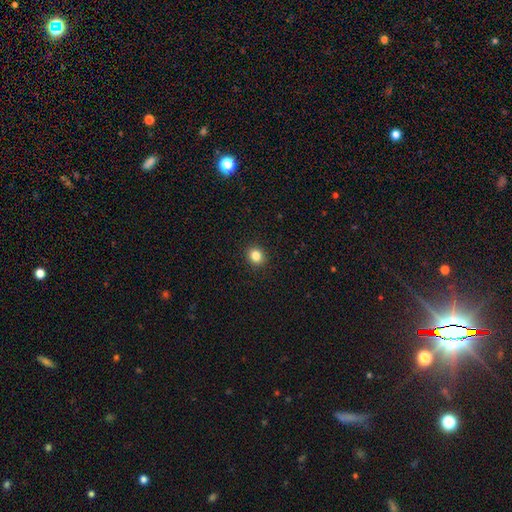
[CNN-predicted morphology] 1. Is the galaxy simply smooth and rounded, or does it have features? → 83% smooth, 12% star or artifact, 5% featured or disk.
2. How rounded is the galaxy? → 76% round, 23% in between, 1% cigar-shaped.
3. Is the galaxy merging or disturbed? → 92% none, 5% minor disturbance, 2% major disturbance, 1% merger.